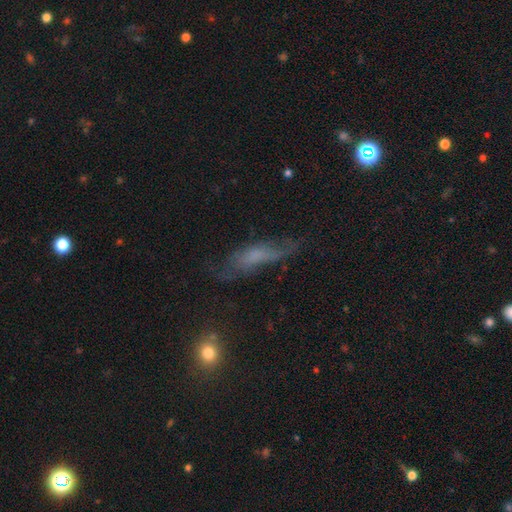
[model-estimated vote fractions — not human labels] Smooth or featured? Predicted: smooth (p=0.47). Merging? Predicted: none (p=0.50).